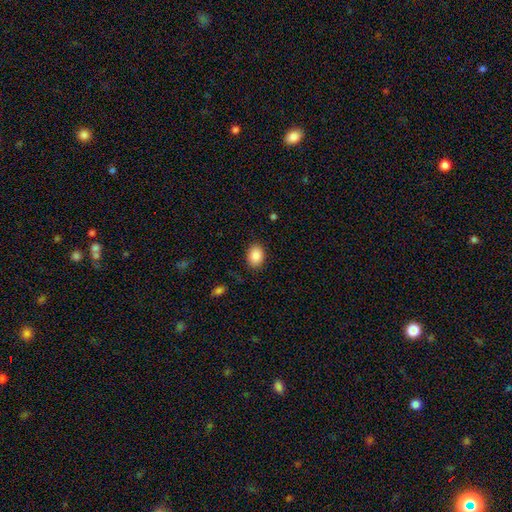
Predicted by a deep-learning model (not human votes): smooth 87%, star or artifact 8%, featured or disk 5%. Down the decision tree: how rounded — in between (66%); merging — none (86%).